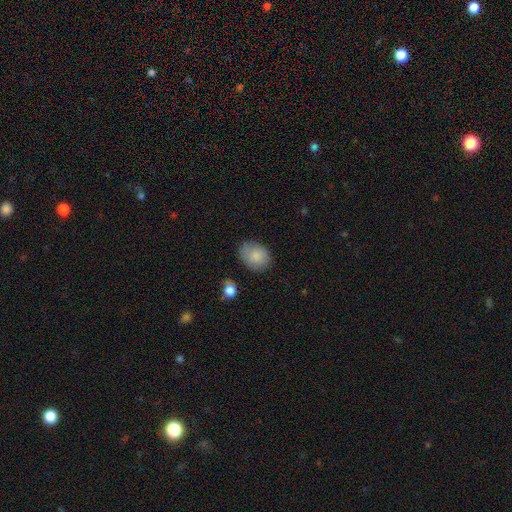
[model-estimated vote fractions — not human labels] Smooth or featured?
  - smooth: 83% *
  - featured or disk: 9%
  - star or artifact: 8%
How rounded?
  - in between: 66% *
  - round: 33%
  - cigar-shaped: 1%
Merging?
  - none: 72% *
  - minor disturbance: 20%
  - major disturbance: 5%
  - merger: 3%